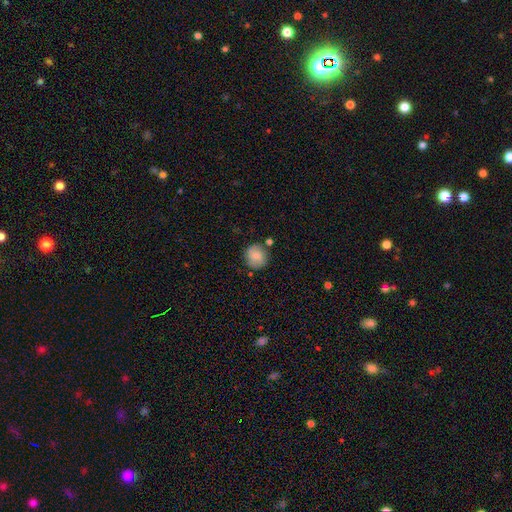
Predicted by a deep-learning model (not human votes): A smooth galaxy with no disk features (77%) that is round (89%).

Vote fractions:
- Smooth or featured? smooth: 77% / featured or disk: 14% / star or artifact: 8%
- How rounded? round: 89% / in between: 10% / cigar-shaped: 1%
- Merging? none: 78% / minor disturbance: 13% / merger: 6% / major disturbance: 3%